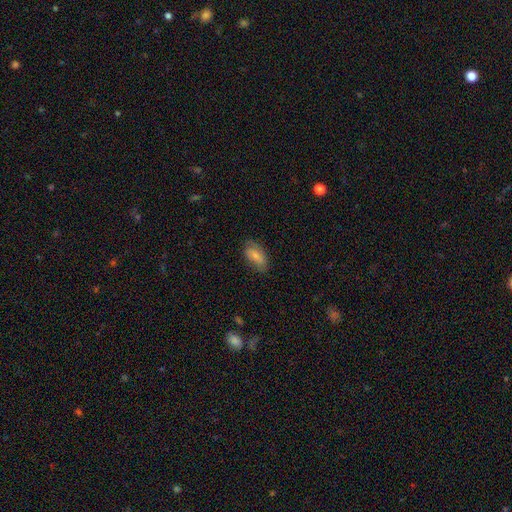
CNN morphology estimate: smooth_or_featured: smooth (p=0.69) [alt: featured or disk p=0.23]
how_rounded: in between (p=0.90) [alt: cigar-shaped p=0.06]
merging: none (p=0.73) [alt: minor disturbance p=0.20]